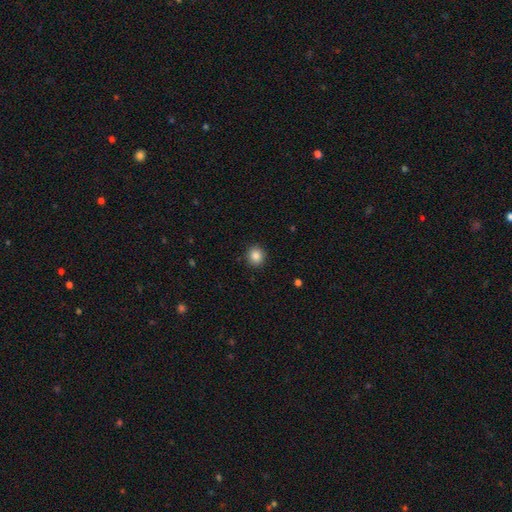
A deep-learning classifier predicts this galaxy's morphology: smooth_or_featured: smooth (p=0.86) [alt: star or artifact p=0.10]
how_rounded: round (p=0.89) [alt: in between p=0.10]
merging: none (p=0.91) [alt: minor disturbance p=0.06]